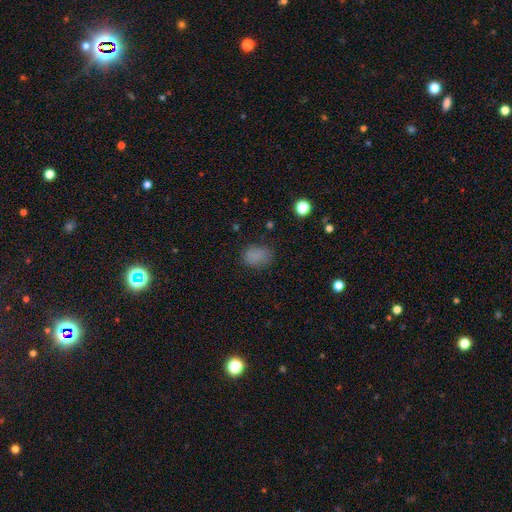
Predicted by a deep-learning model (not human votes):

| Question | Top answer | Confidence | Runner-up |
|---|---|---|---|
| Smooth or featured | smooth | 79% | star or artifact (14%) |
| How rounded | in between | 71% | round (28%) |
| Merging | none | 76% | minor disturbance (16%) |